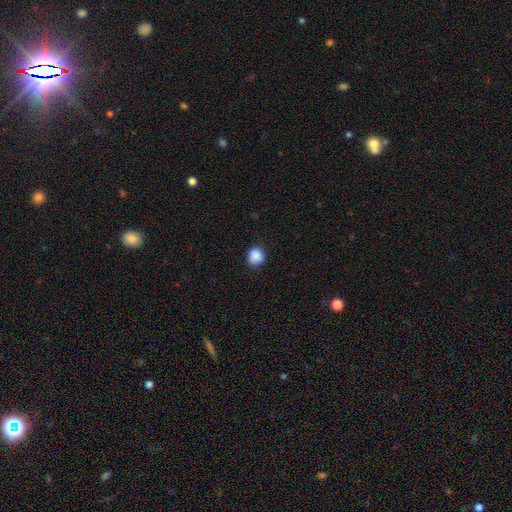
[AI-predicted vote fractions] A smooth galaxy with no disk features (88%) that is round (85%).

Vote fractions:
- Smooth or featured? smooth: 88% / star or artifact: 9% / featured or disk: 3%
- How rounded? round: 85% / in between: 14% / cigar-shaped: 1%
- Merging? none: 84% / minor disturbance: 12% / major disturbance: 3% / merger: 1%